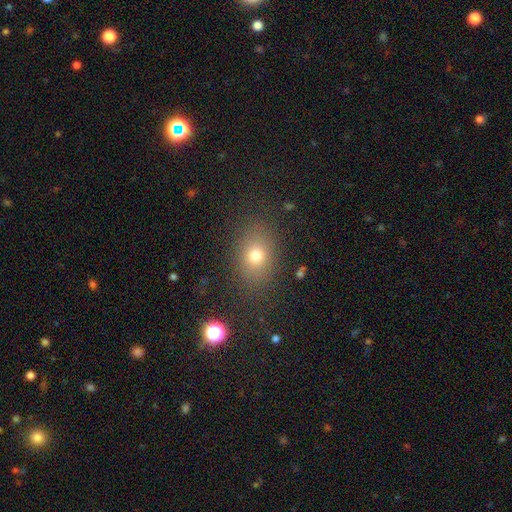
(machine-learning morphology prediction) Smooth or featured? smooth (74%)
How rounded? in between (66%)
Merging? none (82%)